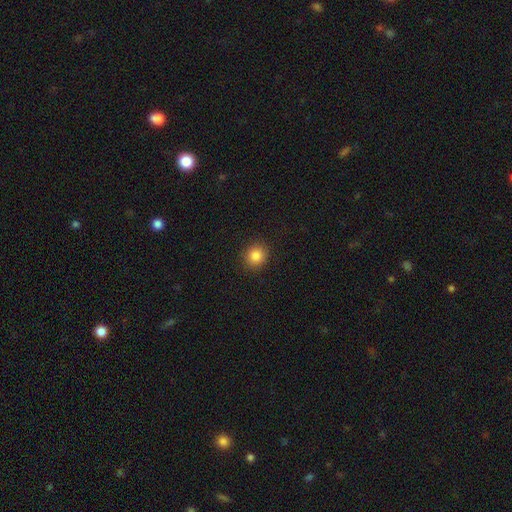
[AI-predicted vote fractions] Morphology: type=smooth (84%); roundness=round (86%); merging=none (91%).